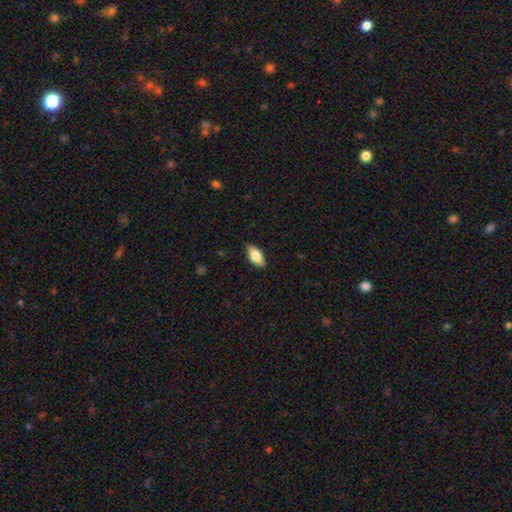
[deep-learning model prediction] Smooth or featured? smooth (72%)
How rounded? in between (87%)
Merging? none (87%)